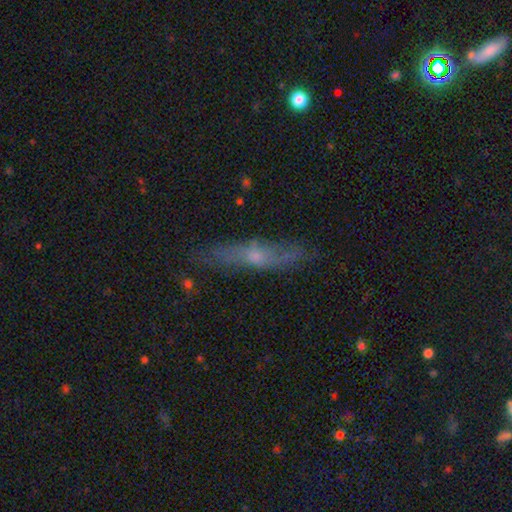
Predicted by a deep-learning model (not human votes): featured or disk 48%, smooth 44%, star or artifact 8%. Down the decision tree: merging — none (74%).